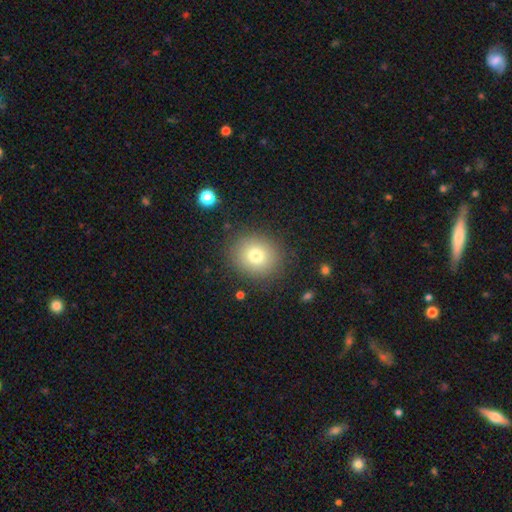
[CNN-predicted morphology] type=smooth (76%); roundness=round (80%); merging=none (86%).